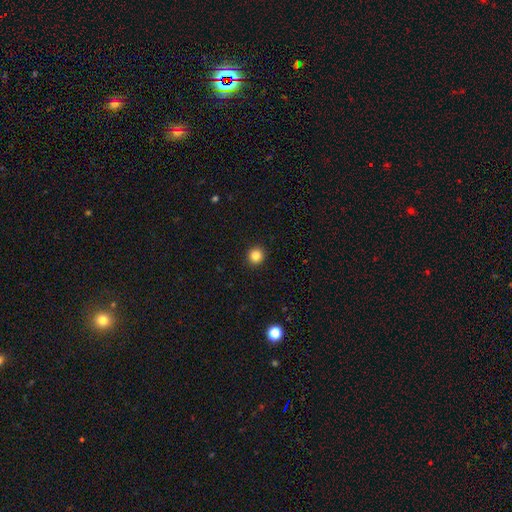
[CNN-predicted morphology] The model was most divided on "smooth or featured": smooth: 84%, star or artifact: 11%, featured or disk: 4%. More confident: how rounded — round (94%); merging — none (93%).